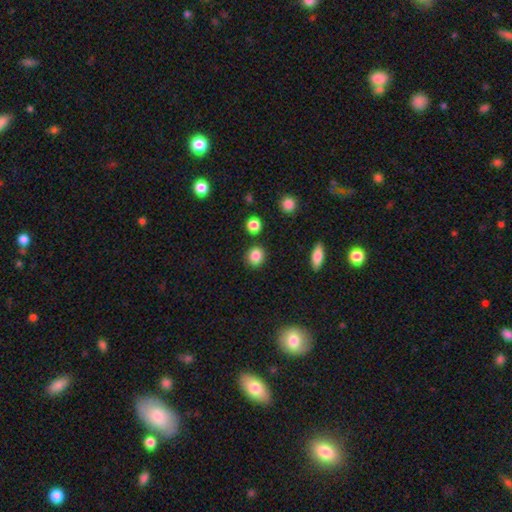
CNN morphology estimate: smooth-or-featured: smooth: 86% | star or artifact: 9% | featured or disk: 5%
  how-rounded: round: 77% | in between: 21% | cigar-shaped: 1%
  merging: none: 87% | minor disturbance: 7% | merger: 4% | major disturbance: 2%